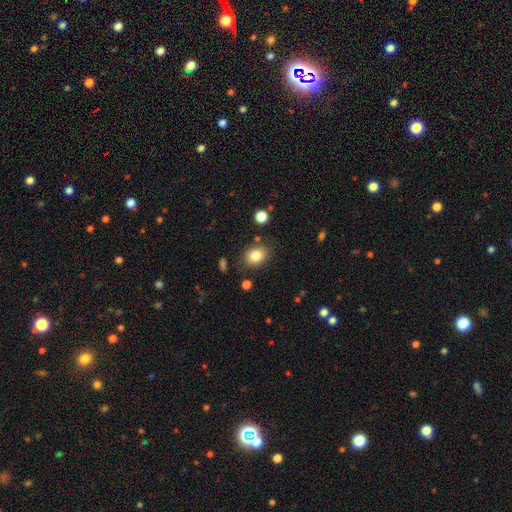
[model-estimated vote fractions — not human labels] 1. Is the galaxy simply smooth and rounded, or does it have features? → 82% smooth, 10% star or artifact, 8% featured or disk.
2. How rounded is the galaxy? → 58% in between, 41% round, 1% cigar-shaped.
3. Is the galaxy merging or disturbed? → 81% none, 12% minor disturbance, 4% merger, 4% major disturbance.